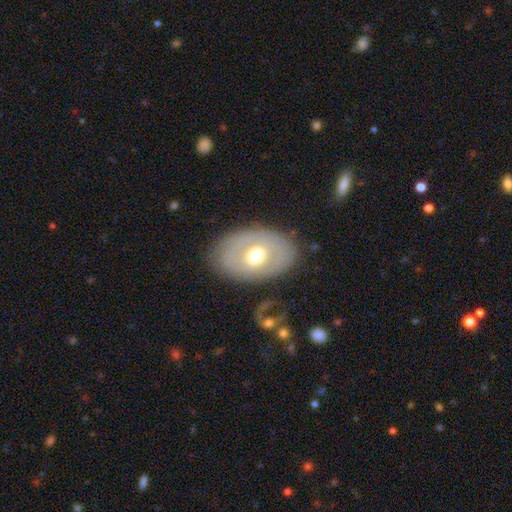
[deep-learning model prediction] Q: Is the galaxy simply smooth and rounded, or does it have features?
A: featured or disk — 50%.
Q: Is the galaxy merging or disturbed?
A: none — 80%.